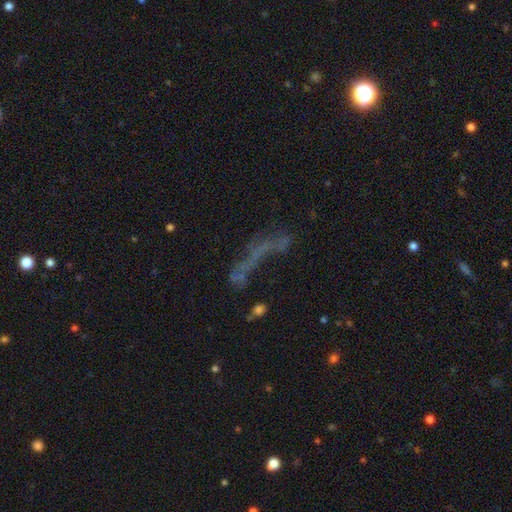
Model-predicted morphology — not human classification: Smooth or featured? star or artifact (41%)